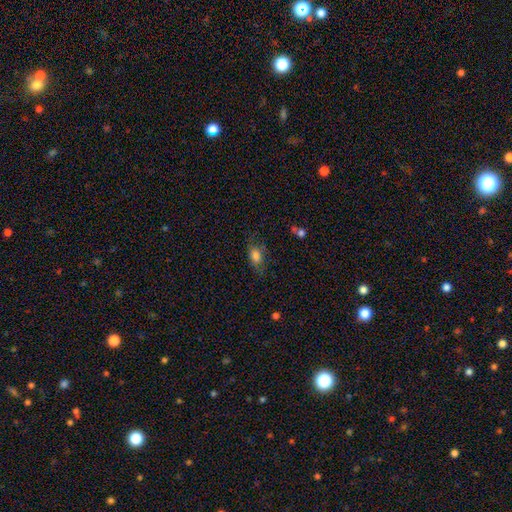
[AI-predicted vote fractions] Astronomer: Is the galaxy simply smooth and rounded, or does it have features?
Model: smooth — 79%.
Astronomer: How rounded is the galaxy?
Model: in between — 82%.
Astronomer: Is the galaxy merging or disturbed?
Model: none — 62%.